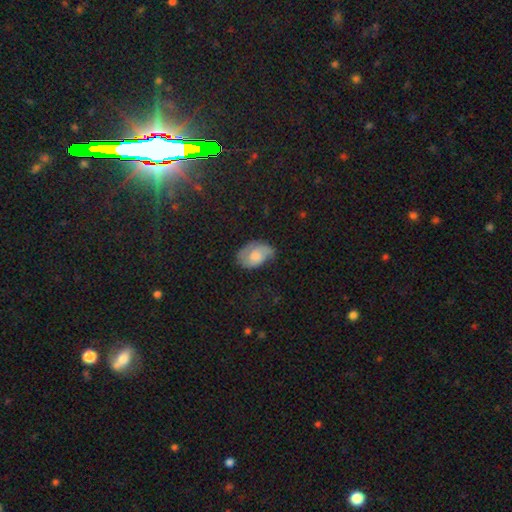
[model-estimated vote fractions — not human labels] smooth_or_featured: smooth (p=0.52) [alt: featured or disk p=0.40]
how_rounded: in between (p=0.87) [alt: round p=0.11]
merging: none (p=0.50) [alt: minor disturbance p=0.34]